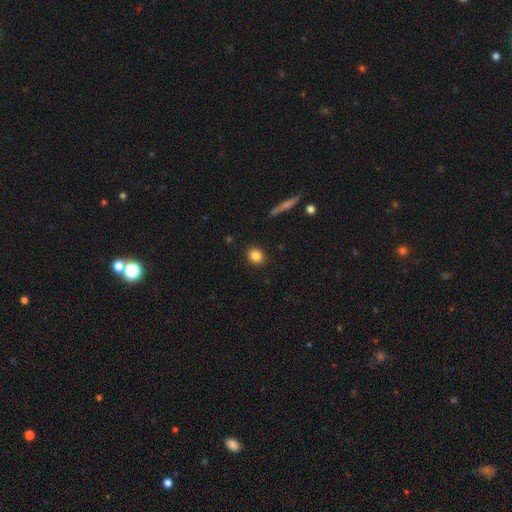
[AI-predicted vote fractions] Smooth or featured? Predicted: smooth (p=0.85). How rounded? Predicted: round (p=0.76). Merging? Predicted: none (p=0.90).